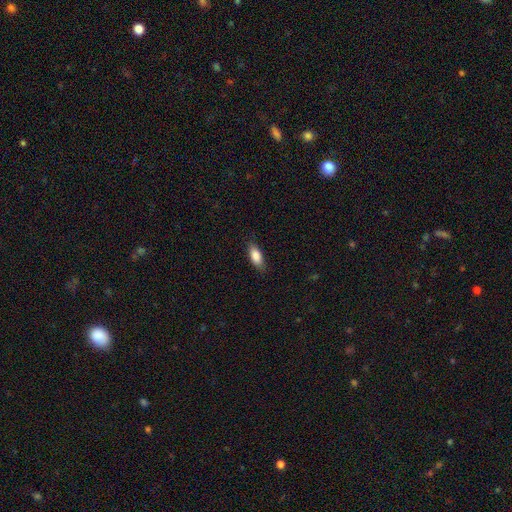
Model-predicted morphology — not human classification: Smooth or featured? smooth (85%)
How rounded? in between (78%)
Merging? none (82%)